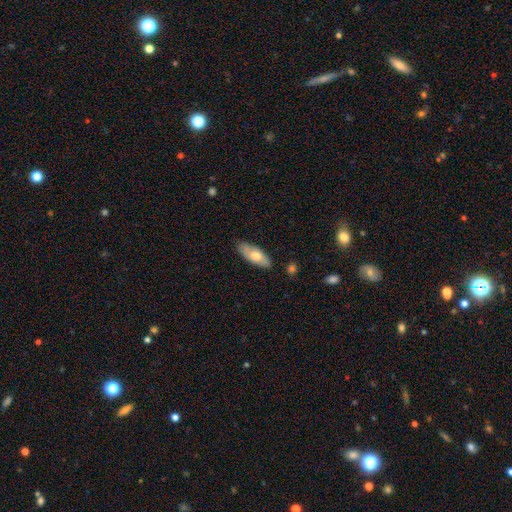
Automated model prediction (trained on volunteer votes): Smooth or featured? smooth (64%)
How rounded? in between (77%)
Merging? none (84%)